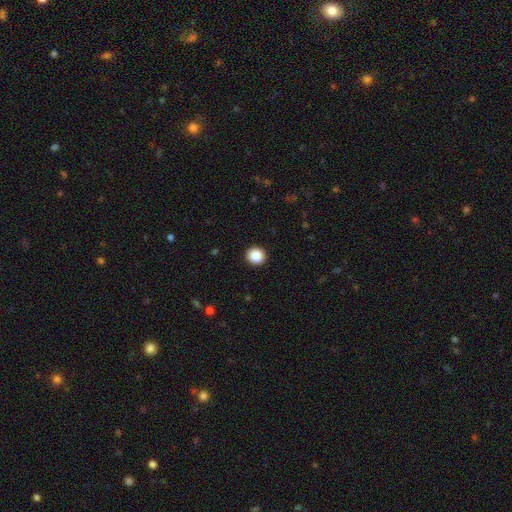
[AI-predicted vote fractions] Smooth or featured?
  - smooth: 87% *
  - star or artifact: 9%
  - featured or disk: 3%
How rounded?
  - round: 92% *
  - in between: 7%
  - cigar-shaped: 1%
Merging?
  - none: 93% *
  - minor disturbance: 4%
  - major disturbance: 2%
  - merger: 1%